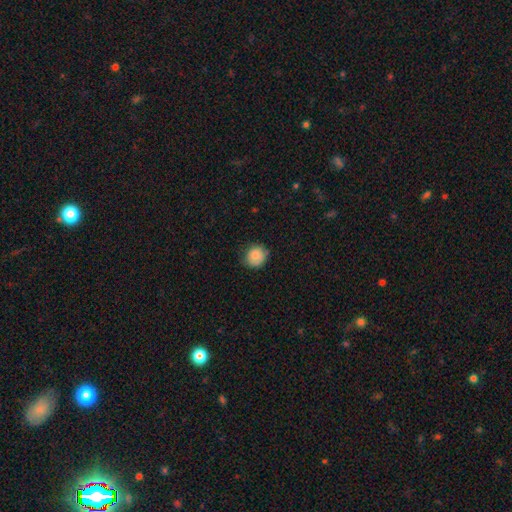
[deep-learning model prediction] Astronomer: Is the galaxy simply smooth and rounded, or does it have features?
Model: smooth — 84%.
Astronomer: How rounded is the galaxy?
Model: round — 83%.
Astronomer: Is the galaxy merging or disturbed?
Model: none — 76%.